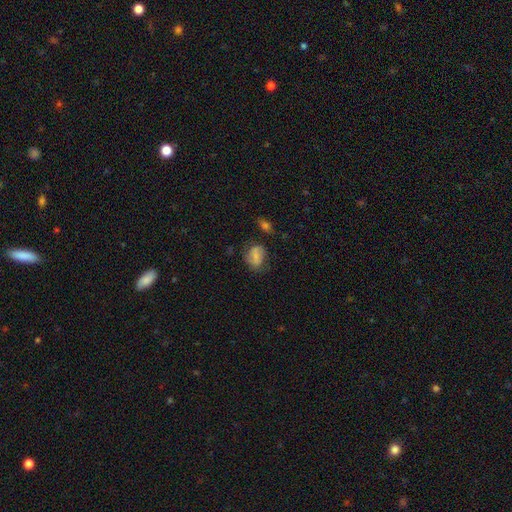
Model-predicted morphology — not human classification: Smooth or featured?
  - smooth: 57% *
  - featured or disk: 34%
  - star or artifact: 9%
How rounded?
  - in between: 62% *
  - round: 36%
  - cigar-shaped: 2%
Merging?
  - none: 57% *
  - minor disturbance: 26%
  - major disturbance: 13%
  - merger: 4%